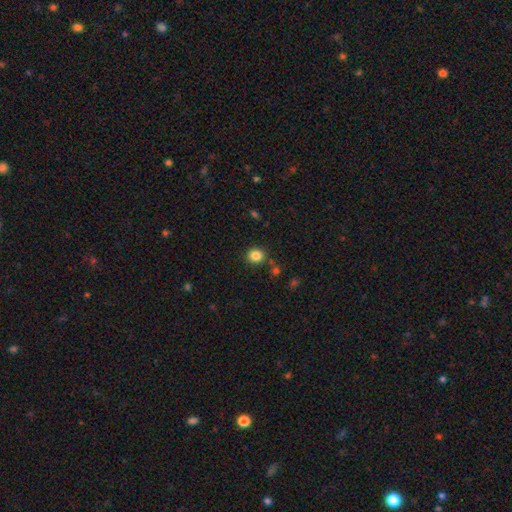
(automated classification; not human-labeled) Overall: smooth (85%). How rounded: round (82%). Merging: none (85%).